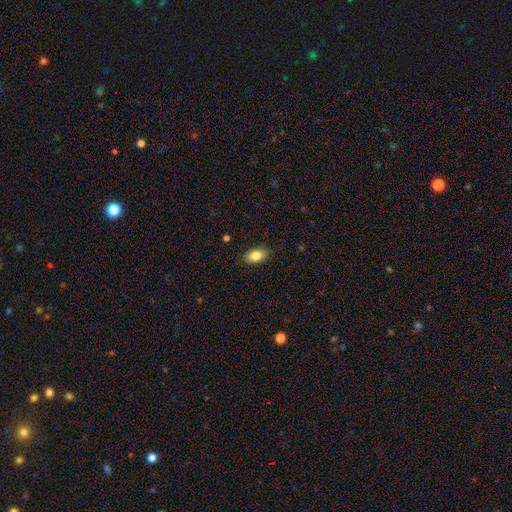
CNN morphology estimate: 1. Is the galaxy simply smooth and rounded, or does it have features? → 84% smooth, 9% featured or disk, 8% star or artifact.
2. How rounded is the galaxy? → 90% in between, 7% round, 2% cigar-shaped.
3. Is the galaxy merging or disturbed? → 86% none, 11% minor disturbance, 2% major disturbance, 1% merger.